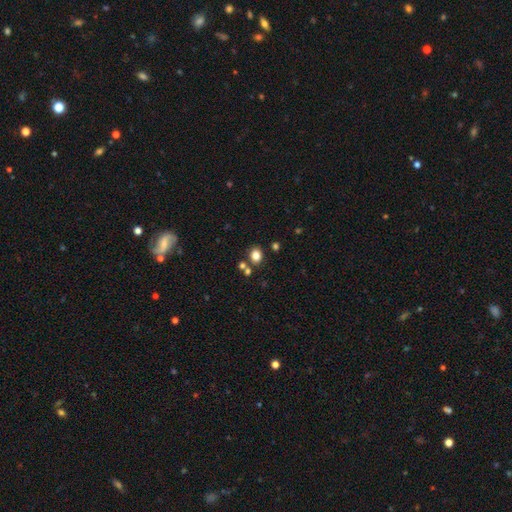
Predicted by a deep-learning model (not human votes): smooth 82%, star or artifact 13%, featured or disk 5%. Down the decision tree: how rounded — round (59%); merging — none (77%).